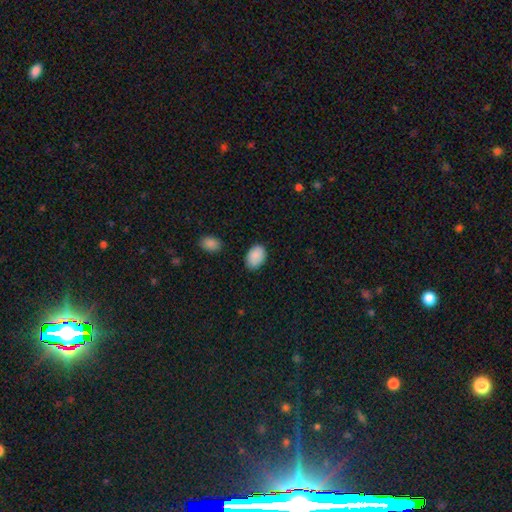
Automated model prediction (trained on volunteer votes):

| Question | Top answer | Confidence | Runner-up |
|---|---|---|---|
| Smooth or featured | smooth | 89% | star or artifact (7%) |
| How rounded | in between | 86% | round (13%) |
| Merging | none | 83% | minor disturbance (13%) |